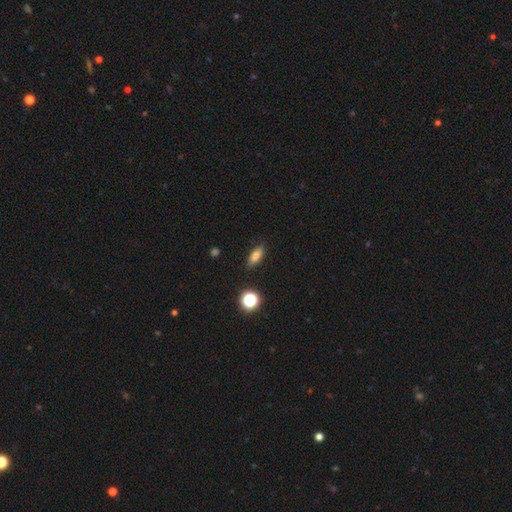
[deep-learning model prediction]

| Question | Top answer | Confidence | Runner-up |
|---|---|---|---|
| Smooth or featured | smooth | 78% | star or artifact (11%) |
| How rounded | in between | 76% | cigar-shaped (18%) |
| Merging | none | 86% | minor disturbance (10%) |